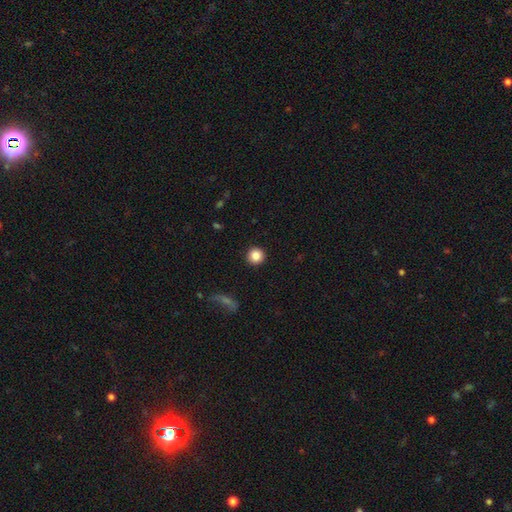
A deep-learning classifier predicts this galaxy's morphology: smooth 86%, star or artifact 9%, featured or disk 5%. Down the decision tree: how rounded — round (95%); merging — none (93%).